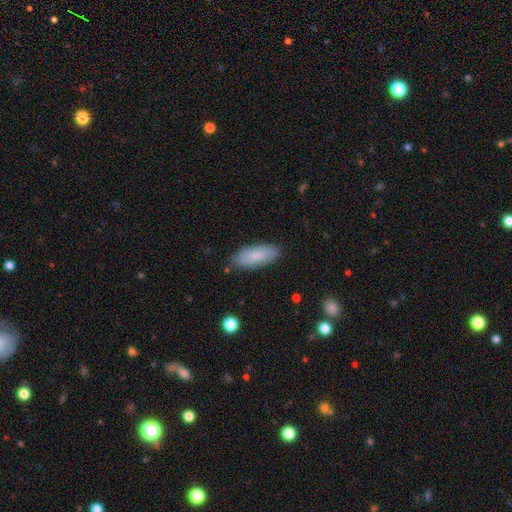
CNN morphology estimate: Smooth or featured? Predicted: smooth (p=0.83). How rounded? Predicted: in between (p=0.76). Merging? Predicted: none (p=0.85).